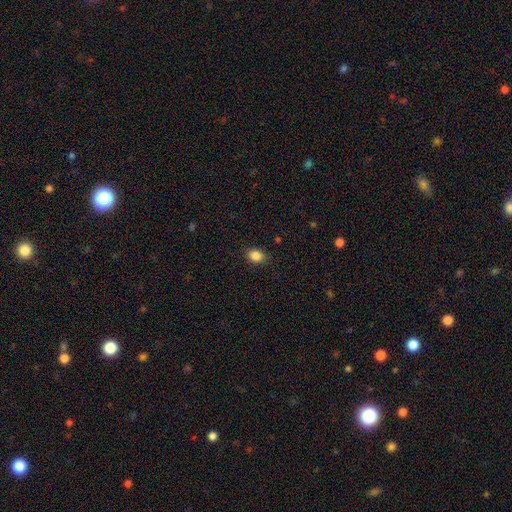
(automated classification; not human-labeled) This is clearly a smooth galaxy (86%). How rounded: possibly in between (56%). Merging: clearly none (85%).